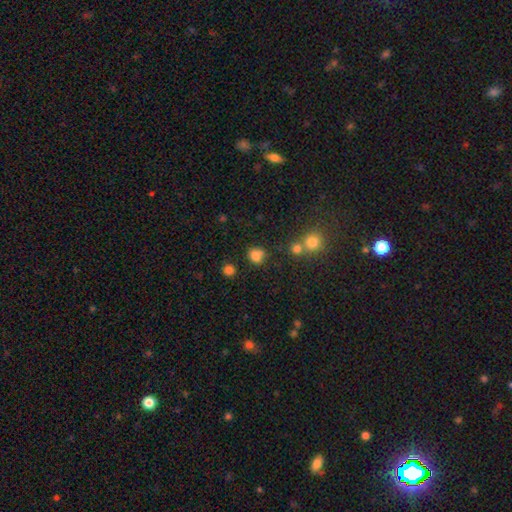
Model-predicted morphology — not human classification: Smooth or featured? Predicted: smooth (p=0.79). How rounded? Predicted: round (p=0.69). Merging? Predicted: none (p=0.60).